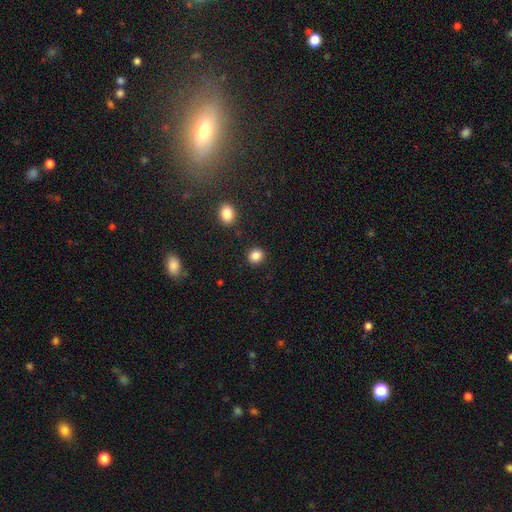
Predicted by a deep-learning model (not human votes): This appears to be a smooth galaxy with no disk features (86%) that is round (80%). Merging: none (89%).